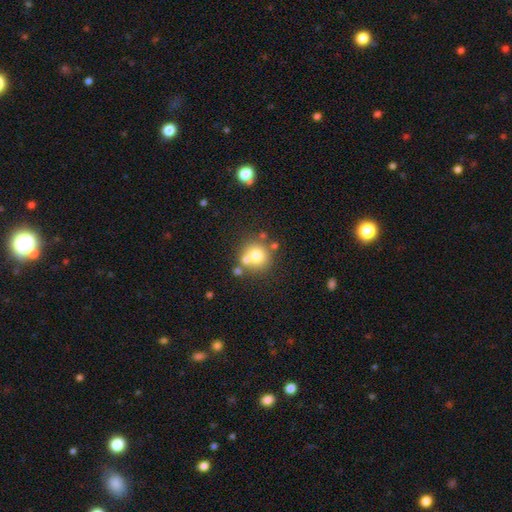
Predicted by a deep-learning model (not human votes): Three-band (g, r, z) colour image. It shows a smooth galaxy with no disk features (70%) that is round (90%). Merging: none (61%).